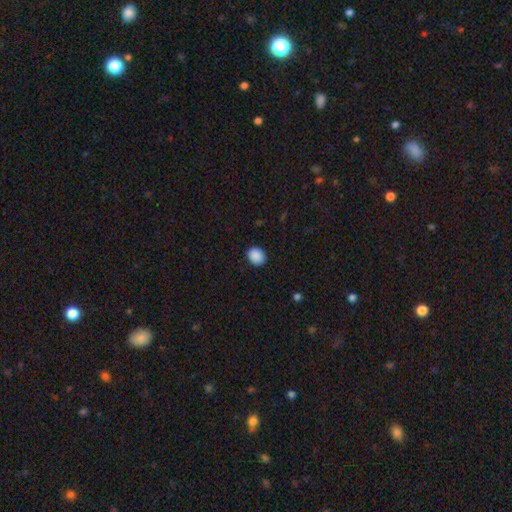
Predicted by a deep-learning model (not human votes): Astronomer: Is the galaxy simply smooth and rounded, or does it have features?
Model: smooth — 89%.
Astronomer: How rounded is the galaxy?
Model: round — 64%.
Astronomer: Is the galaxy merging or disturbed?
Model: none — 90%.